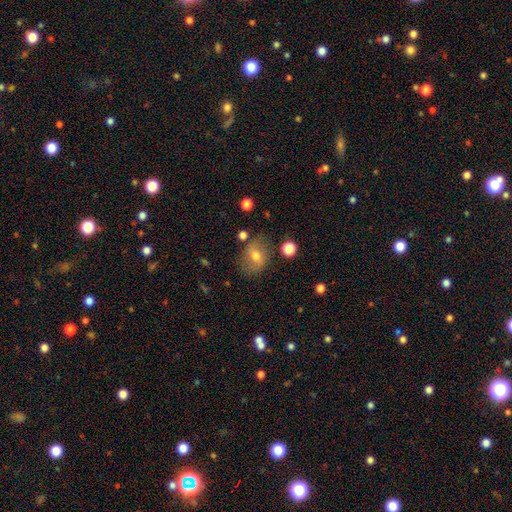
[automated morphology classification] Smooth or featured? Predicted: smooth (p=0.59). How rounded? Predicted: in between (p=0.59). Merging? Predicted: none (p=0.70).